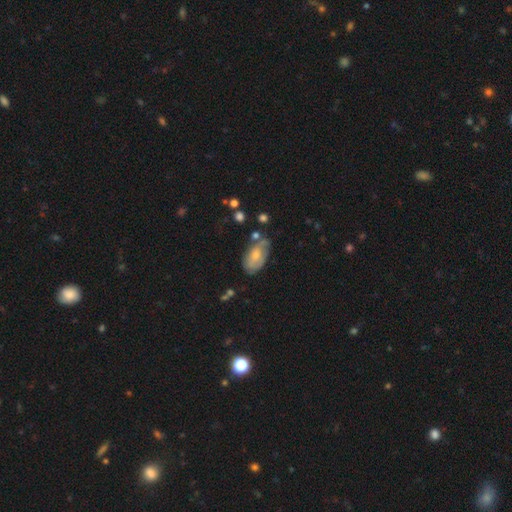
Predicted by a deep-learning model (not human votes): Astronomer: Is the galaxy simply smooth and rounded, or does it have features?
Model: smooth — 55% (runner-up: featured or disk, 38%).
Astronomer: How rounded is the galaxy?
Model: in between — 92%.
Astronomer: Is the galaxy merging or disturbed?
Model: none — 48% (runner-up: minor disturbance, 33%).